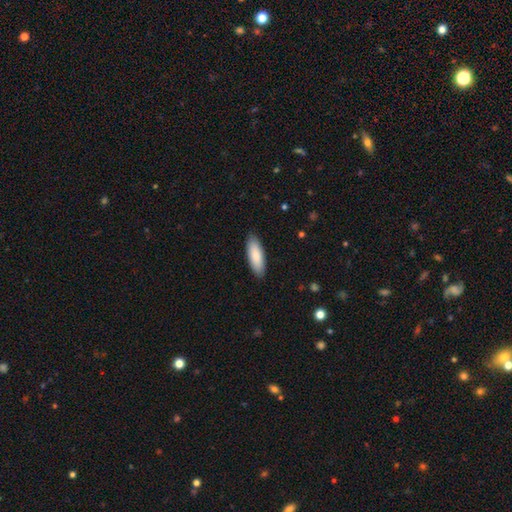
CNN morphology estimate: Smooth or featured?
  - smooth: 87% *
  - featured or disk: 8%
  - star or artifact: 5%
How rounded?
  - in between: 63% *
  - cigar-shaped: 35%
  - round: 1%
Merging?
  - none: 88% *
  - minor disturbance: 9%
  - major disturbance: 2%
  - merger: 1%